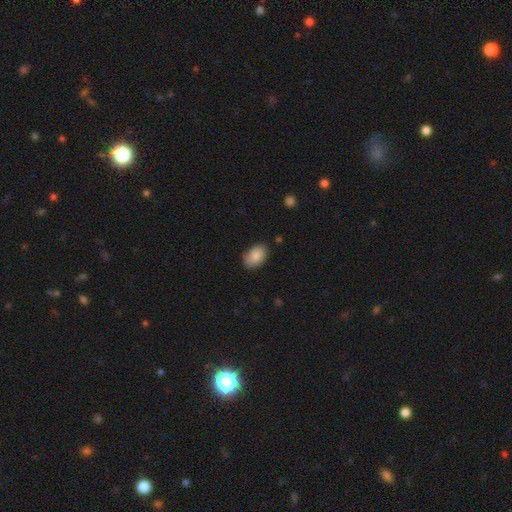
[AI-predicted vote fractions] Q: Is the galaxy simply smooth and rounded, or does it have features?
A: smooth — 86%.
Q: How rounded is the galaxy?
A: in between — 89%.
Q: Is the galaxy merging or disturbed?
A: none — 77%.